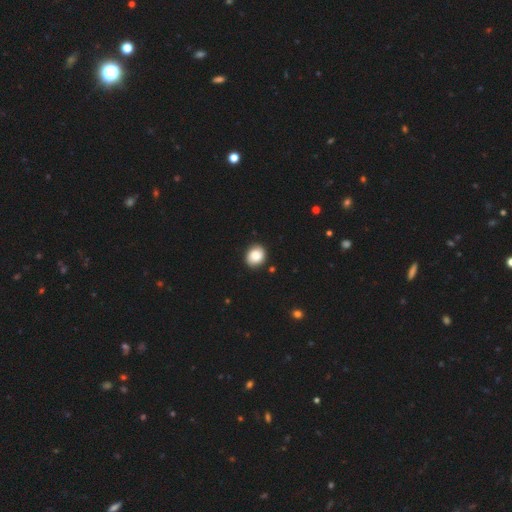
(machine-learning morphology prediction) smooth_or_featured: smooth (p=0.77) [alt: featured or disk p=0.15]
how_rounded: round (p=0.66) [alt: in between p=0.33]
merging: none (p=0.83) [alt: minor disturbance p=0.12]